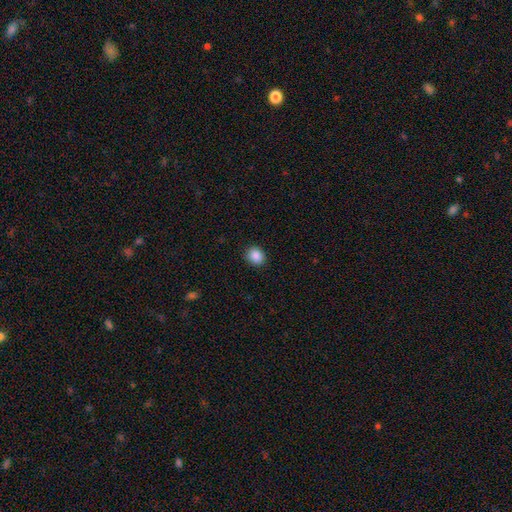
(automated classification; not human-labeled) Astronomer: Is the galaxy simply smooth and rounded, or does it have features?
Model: smooth — 88%.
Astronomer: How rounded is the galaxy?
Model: round — 63%.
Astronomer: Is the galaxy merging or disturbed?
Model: none — 90%.